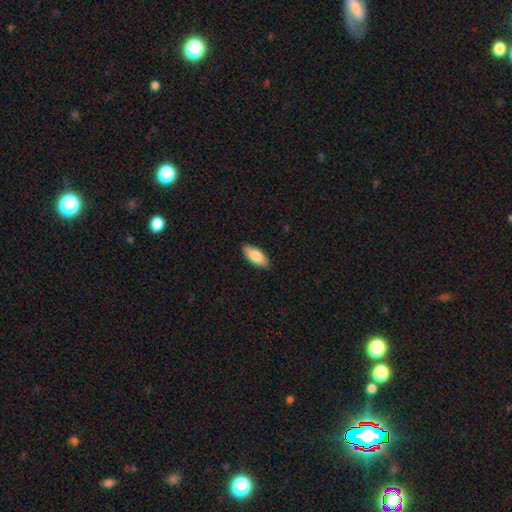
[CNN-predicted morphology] A smooth galaxy with no disk features (84%) that is in between round and cigar-shaped (88%).

Vote fractions:
- Smooth or featured? smooth: 84% / featured or disk: 11% / star or artifact: 6%
- How rounded? in between: 88% / cigar-shaped: 10% / round: 2%
- Merging? none: 88% / minor disturbance: 9% / major disturbance: 2% / merger: 1%